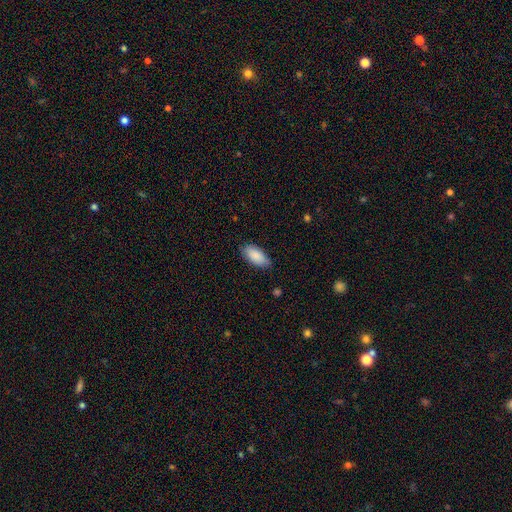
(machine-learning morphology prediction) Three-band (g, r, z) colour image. It shows a smooth galaxy with no disk features (88%) that is in between round and cigar-shaped (91%). Merging: none (80%).